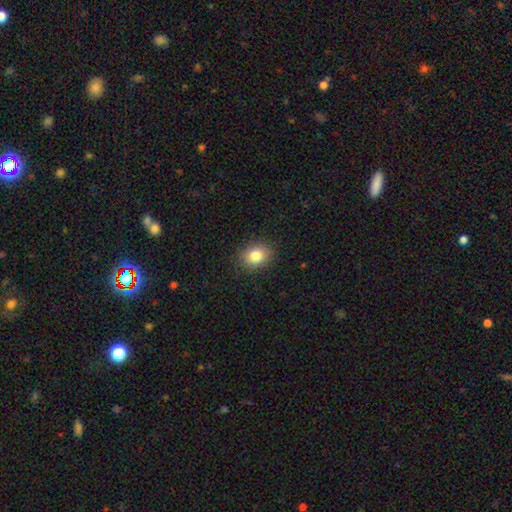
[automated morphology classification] Q: Smooth or featured?
A: smooth (82%); runner-up: star or artifact (10%)
Q: How rounded?
A: round (50%); runner-up: in between (49%)
Q: Merging?
A: none (88%); runner-up: minor disturbance (9%)